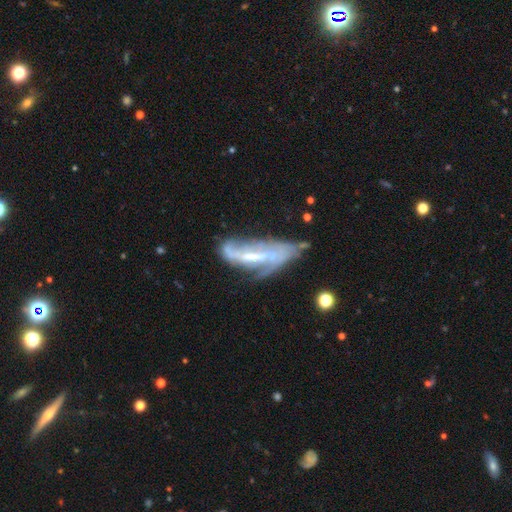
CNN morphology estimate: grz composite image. It shows a featured or disk galaxy (73%) with a strong bar (43%), spiral arms (72%) and a small central bulge (45%). Merging: none (35%).